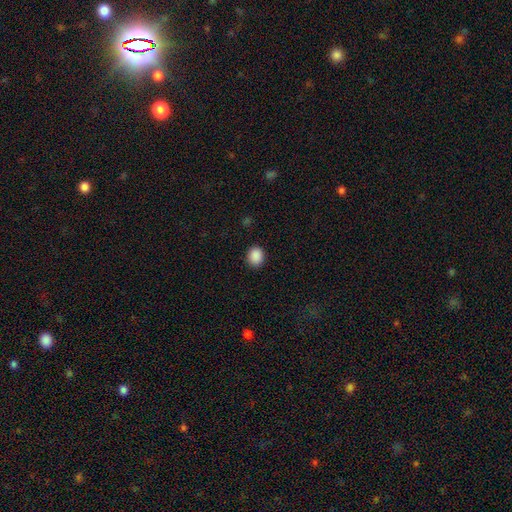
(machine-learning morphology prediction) Q: Smooth or featured?
A: smooth (89%); runner-up: star or artifact (9%)
Q: How rounded?
A: round (69%); runner-up: in between (30%)
Q: Merging?
A: none (90%); runner-up: minor disturbance (7%)